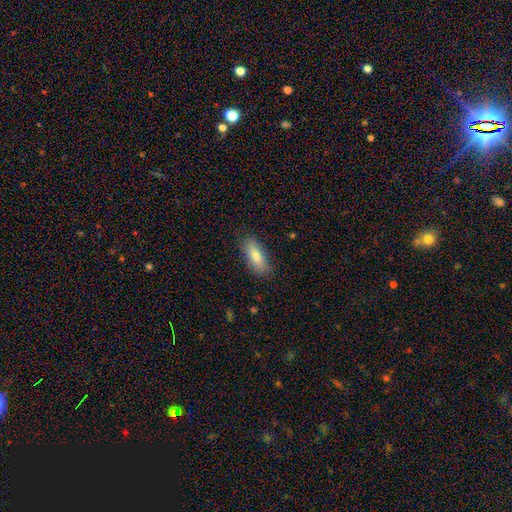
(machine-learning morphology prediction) Smooth or featured?
  - smooth: 83% *
  - featured or disk: 11%
  - star or artifact: 6%
How rounded?
  - in between: 75% *
  - cigar-shaped: 23%
  - round: 2%
Merging?
  - none: 85% *
  - minor disturbance: 11%
  - major disturbance: 3%
  - merger: 1%